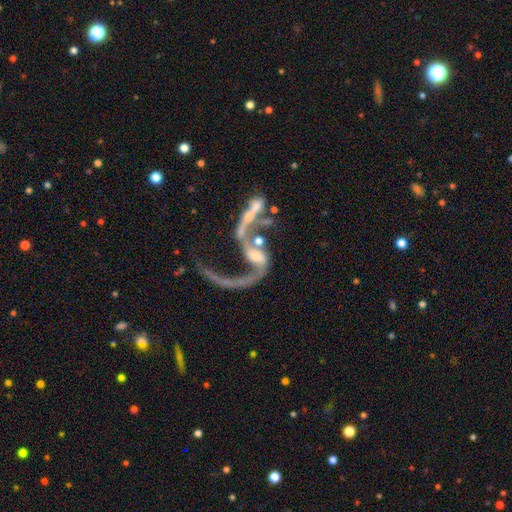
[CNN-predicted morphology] A featured or disk galaxy (83%) with no bar (52%), 2 (63%) loose (91%) spiral arms (78%) and a small central bulge (42%). Merging: merger (45%).